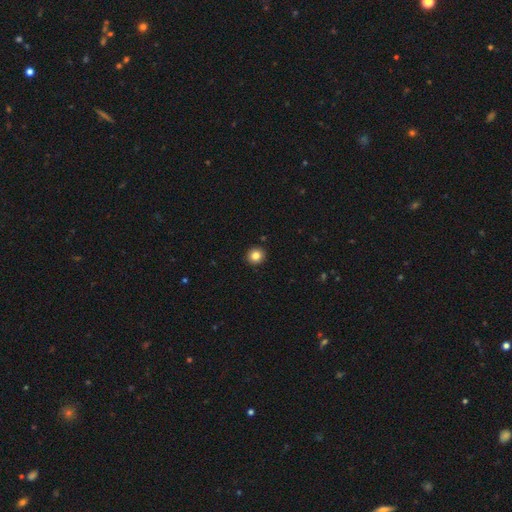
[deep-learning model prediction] Smooth or featured? smooth (84%)
How rounded? round (92%)
Merging? none (93%)